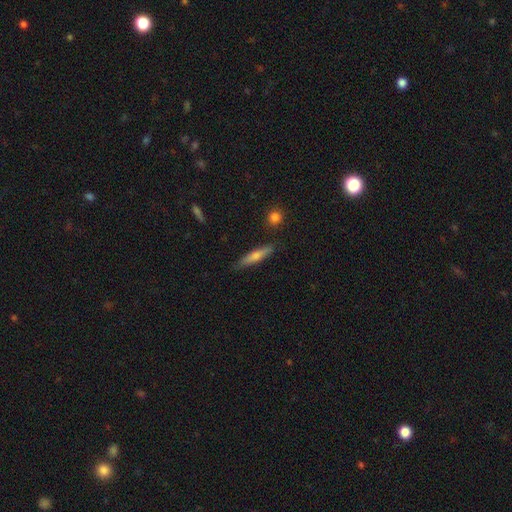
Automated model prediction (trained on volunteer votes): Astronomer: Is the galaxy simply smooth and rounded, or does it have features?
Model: smooth — 50% (runner-up: featured or disk, 43%).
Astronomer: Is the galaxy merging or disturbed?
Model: none — 86%.